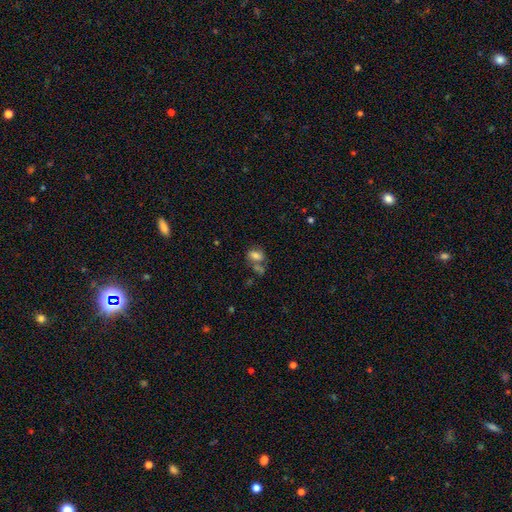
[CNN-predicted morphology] Smooth or featured? smooth (71%)
How rounded? in between (78%)
Merging? none (39%)